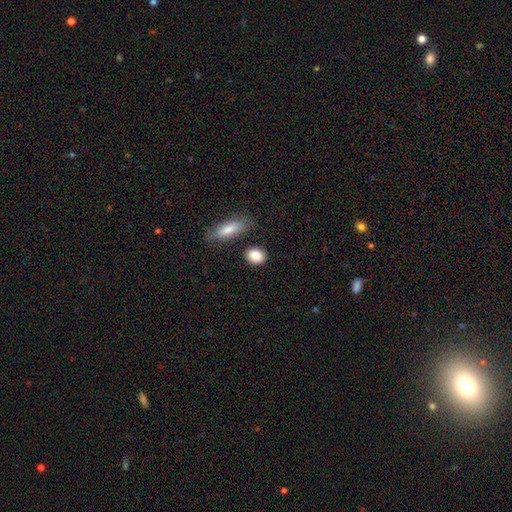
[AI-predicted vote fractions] Smooth or featured?
  - smooth: 87% *
  - star or artifact: 7%
  - featured or disk: 6%
How rounded?
  - in between: 59% *
  - round: 38%
  - cigar-shaped: 4%
Merging?
  - none: 80% *
  - minor disturbance: 12%
  - merger: 5%
  - major disturbance: 3%